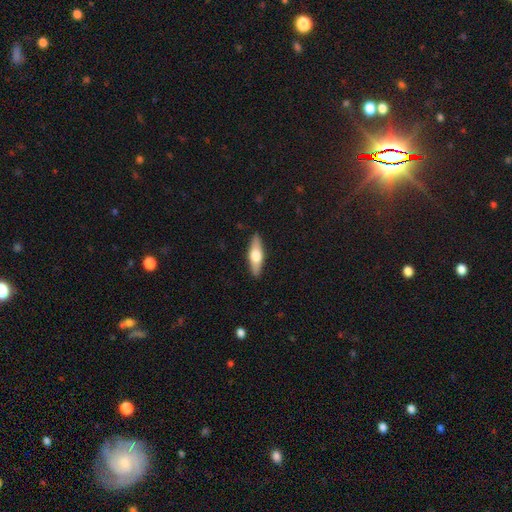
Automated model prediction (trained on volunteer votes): This is possibly a smooth galaxy (53%). How rounded: possibly cigar-shaped (54%). Merging: clearly none (90%).